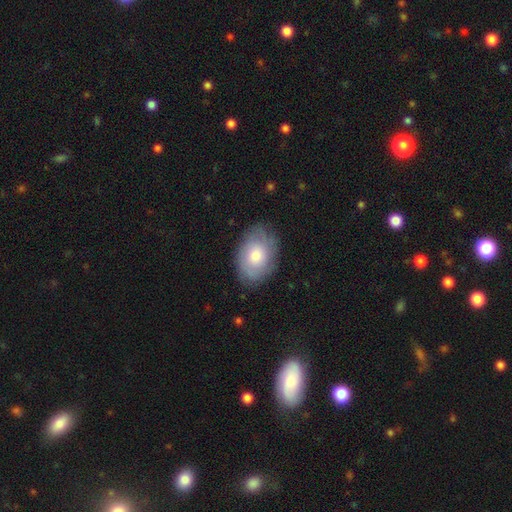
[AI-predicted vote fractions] This is likely a smooth galaxy (60%). How rounded: clearly in between (82%). Merging: likely none (79%).